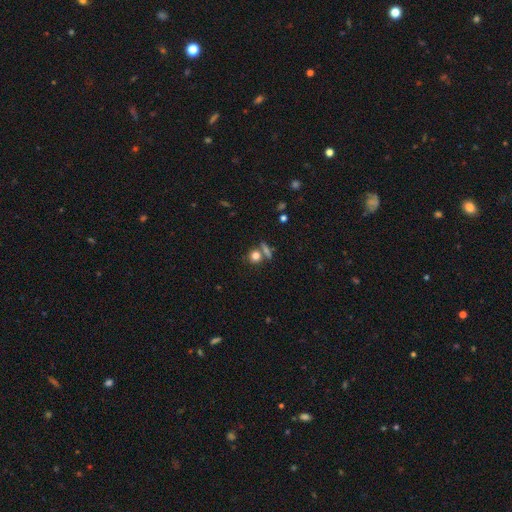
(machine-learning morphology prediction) smooth_or_featured: smooth (p=0.76) [alt: star or artifact p=0.14]
how_rounded: round (p=0.84) [alt: in between p=0.13]
merging: none (p=0.65) [alt: merger p=0.21]